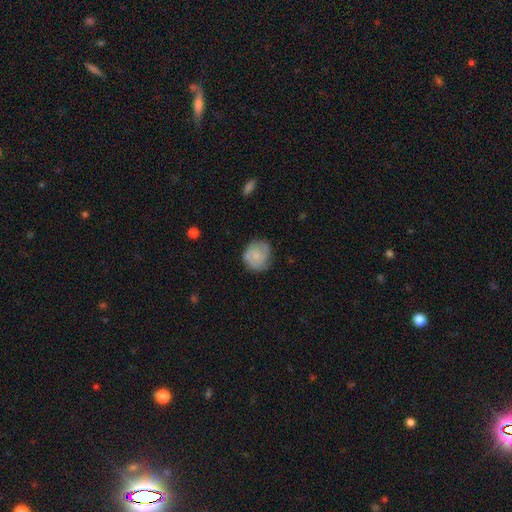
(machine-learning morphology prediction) This appears to be a smooth galaxy with no disk features (63%) that is round (82%). Merging: none (68%).